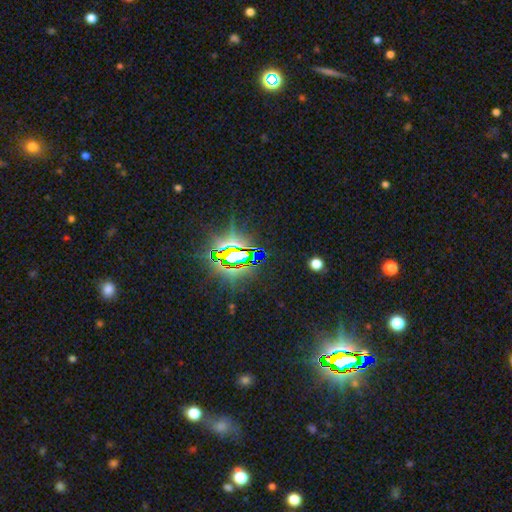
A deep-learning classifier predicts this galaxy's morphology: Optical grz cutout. It shows a star or artifact, not a galaxy (81%).